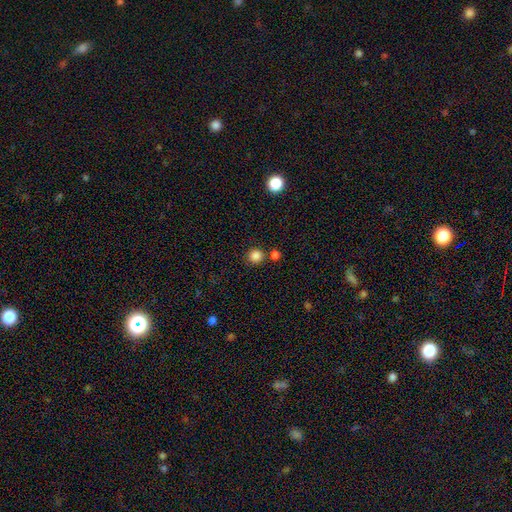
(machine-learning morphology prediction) A smooth galaxy with no disk features (84%) that is round (90%).

Vote fractions:
- Smooth or featured? smooth: 84% / star or artifact: 12% / featured or disk: 4%
- How rounded? round: 90% / in between: 9% / cigar-shaped: 1%
- Merging? none: 78% / merger: 12% / minor disturbance: 8% / major disturbance: 3%